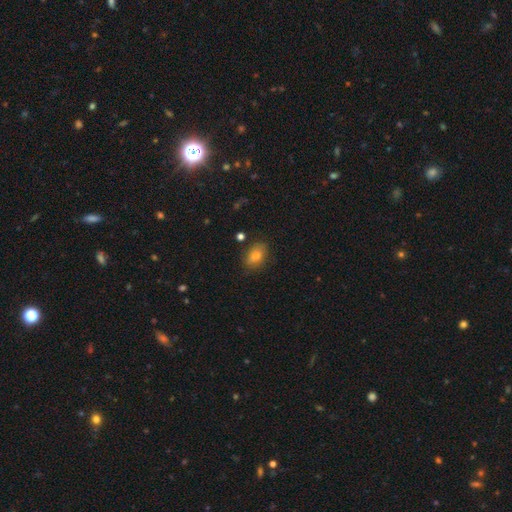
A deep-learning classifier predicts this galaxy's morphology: Overall: smooth (82%). How rounded: in between (84%). Merging: none (77%).